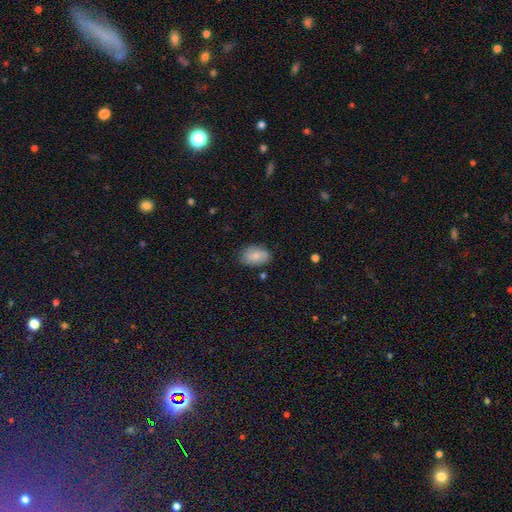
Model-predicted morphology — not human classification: A smooth galaxy with no disk features (73%) that is in between round and cigar-shaped (87%). Merging: none (77%).